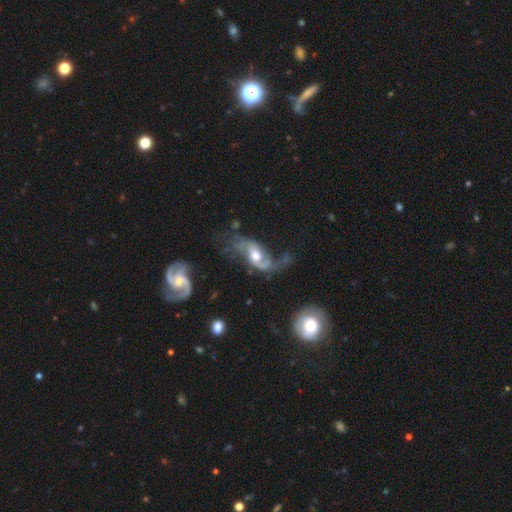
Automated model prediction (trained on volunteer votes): Smooth or featured? featured or disk (83%)
Edge-on disk? no (94%)
Bar? no (50%)
Spiral arms? yes (93%)
Spiral winding? loose (68%)
Spiral arm count? 2 (87%)
Bulge size? moderate (63%)
Merging? none (43%)